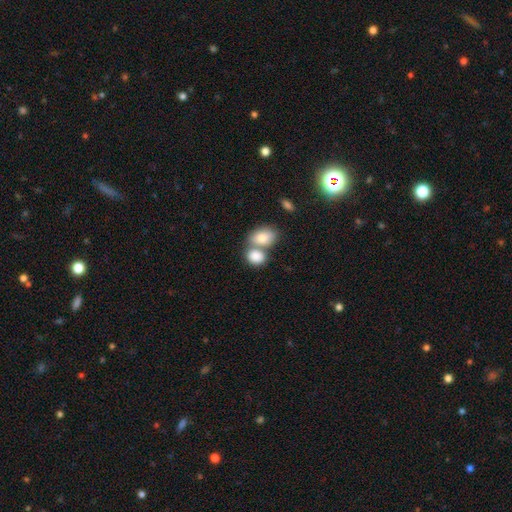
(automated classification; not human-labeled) Smooth or featured: smooth — 83% (featured or disk — 9%)
How rounded: in between — 65% (round — 33%)
Merging: merger — 57% (none — 32%)